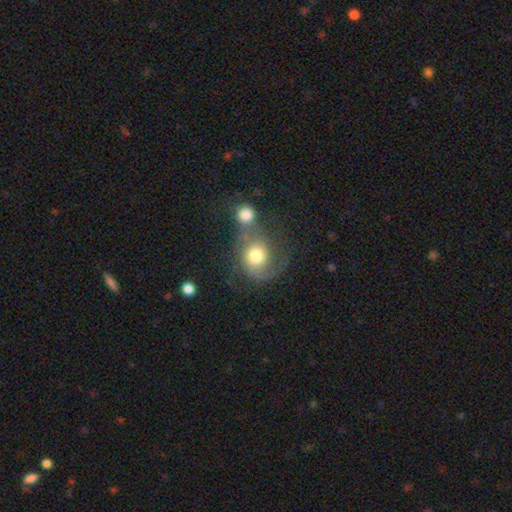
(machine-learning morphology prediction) A smooth galaxy with no disk features (52%) that is round (73%). Merging: merger (45%).